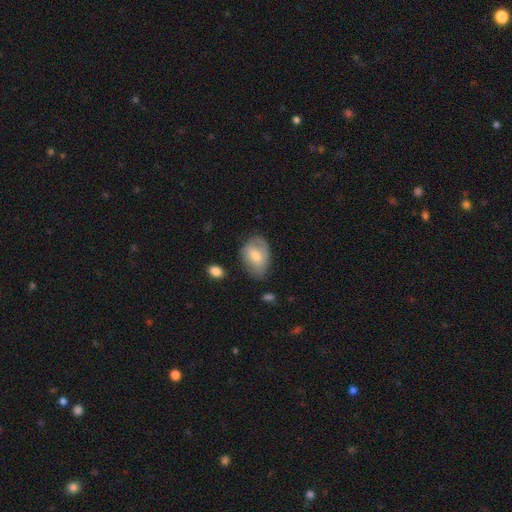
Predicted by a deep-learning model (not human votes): This is likely a smooth galaxy (61%). How rounded: clearly in between (81%). Merging: possibly none (58%).